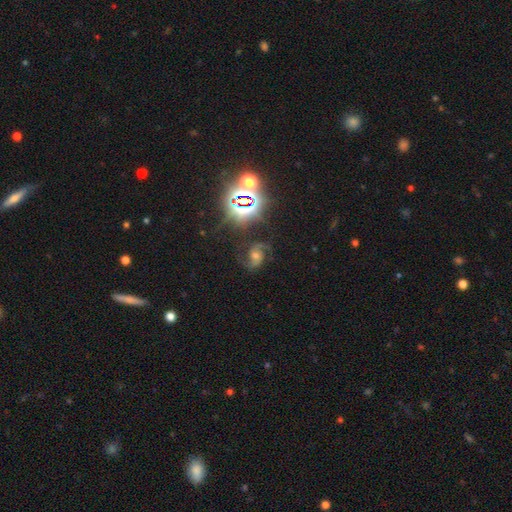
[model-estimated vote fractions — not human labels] smooth_or_featured: featured or disk (p=0.64) [alt: star or artifact p=0.25]
disk_edge_on: no (p=0.97) [alt: yes p=0.03]
bar: no (p=0.53) [alt: weak p=0.32]
has_spiral_arms: yes (p=0.94) [alt: no p=0.06]
spiral_winding: medium (p=0.46) [alt: loose p=0.39]
spiral_arm_count: 2 (p=0.86) [alt: can't tell p=0.05]
bulge_size: moderate (p=0.59) [alt: small p=0.27]
merging: none (p=0.70) [alt: minor disturbance p=0.17]